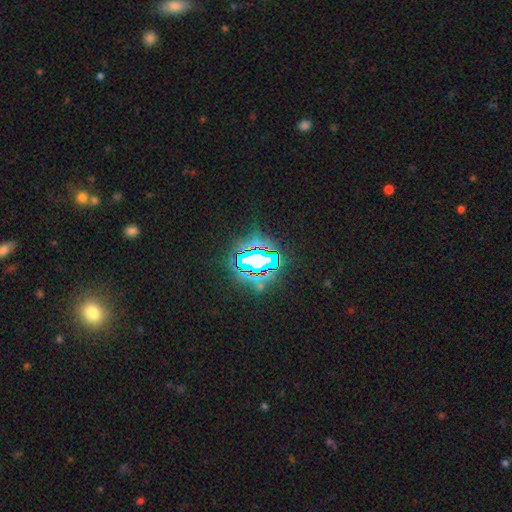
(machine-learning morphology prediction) Smooth or featured? Predicted: star or artifact (p=0.78).